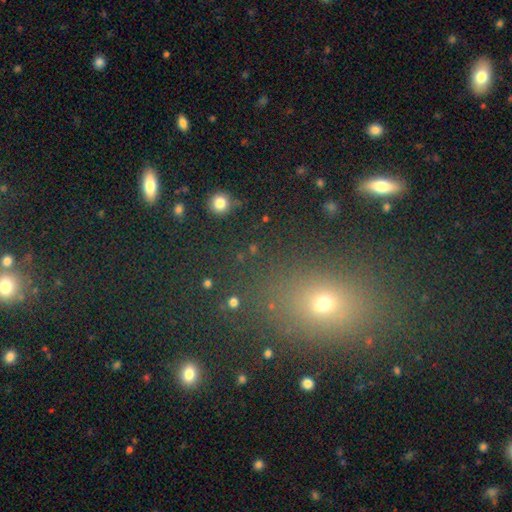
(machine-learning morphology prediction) A smooth galaxy with no disk features (54%) that is in between round and cigar-shaped (58%).

Vote fractions:
- Smooth or featured? smooth: 54% / star or artifact: 35% / featured or disk: 11%
- How rounded? in between: 58% / round: 37% / cigar-shaped: 4%
- Merging? none: 82% / minor disturbance: 9% / major disturbance: 5% / merger: 3%